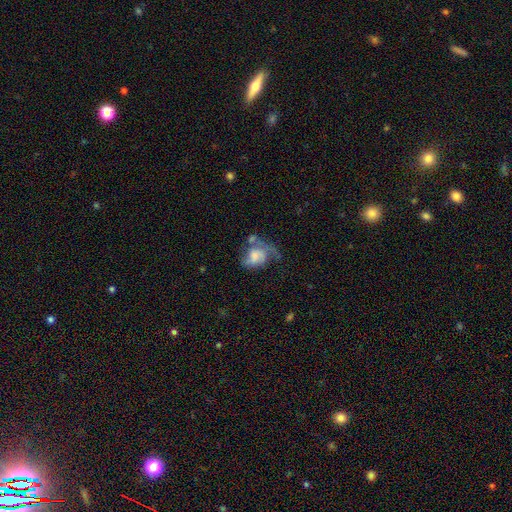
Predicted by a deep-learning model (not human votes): A featured or disk galaxy (58%) with no bar (68%), spiral arms (76%) and a moderate central bulge (31%). Merging: major disturbance (37%).